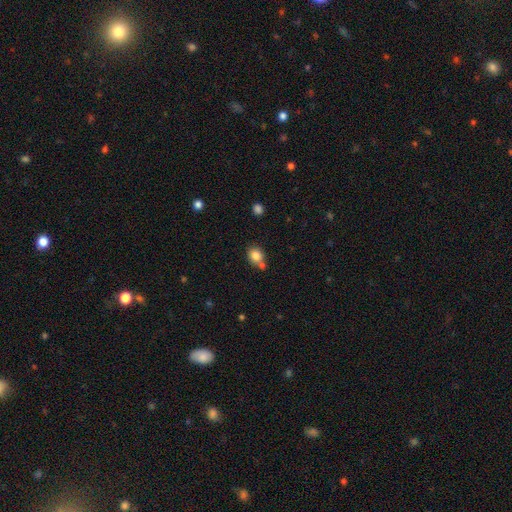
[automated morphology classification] The model was most divided on "merging": none: 63%, merger: 22%, minor disturbance: 12%, major disturbance: 3%. More confident: smooth or featured — smooth (82%); how rounded — round (71%).